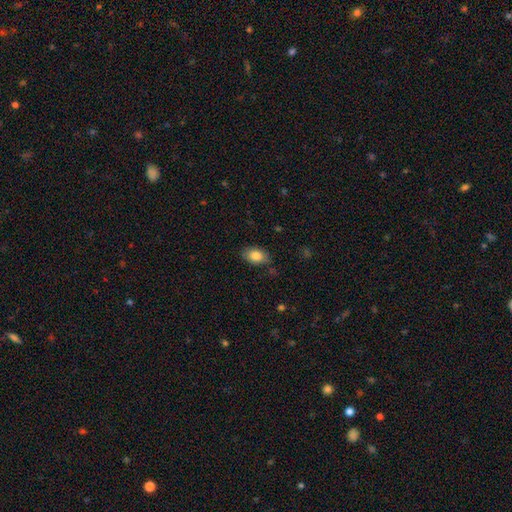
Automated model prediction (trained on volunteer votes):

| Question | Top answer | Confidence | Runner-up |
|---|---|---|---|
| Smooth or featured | smooth | 84% | featured or disk (8%) |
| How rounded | in between | 88% | round (11%) |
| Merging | none | 77% | minor disturbance (17%) |